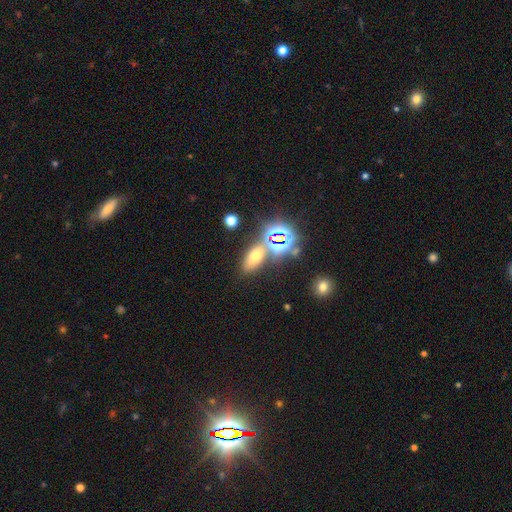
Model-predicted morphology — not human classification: smooth 53%, star or artifact 35%, featured or disk 12%. Down the decision tree: how rounded — in between (74%); merging — none (70%).